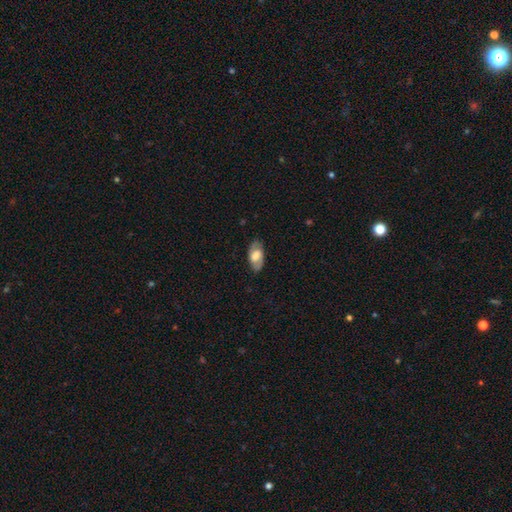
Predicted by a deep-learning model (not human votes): Smooth or featured? Predicted: featured or disk (p=0.48). Merging? Predicted: none (p=0.81).